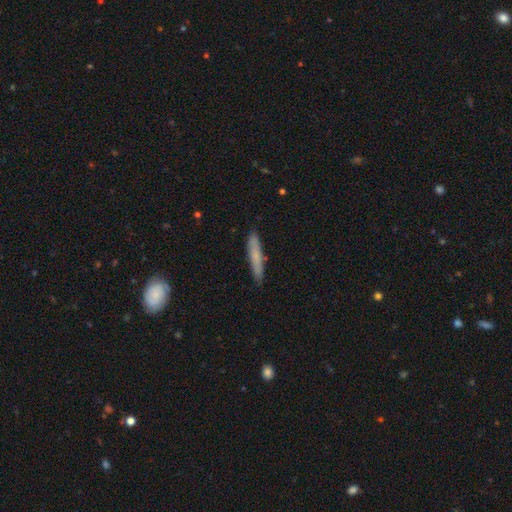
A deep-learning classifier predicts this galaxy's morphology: This is likely a smooth galaxy (65%). How rounded: clearly cigar-shaped (93%). Merging: clearly none (86%).